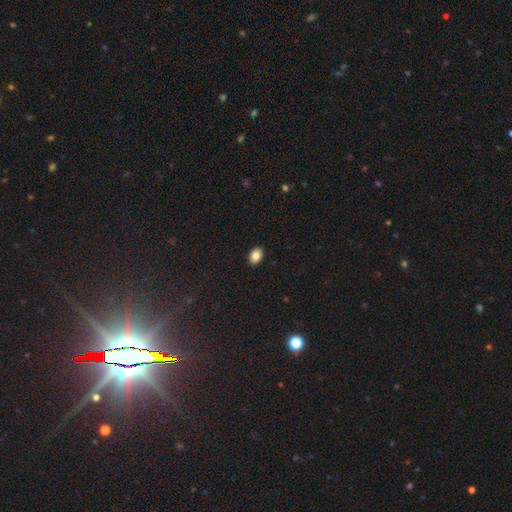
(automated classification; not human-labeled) Morphology: type=smooth (86%); roundness=in between (83%); merging=none (90%).